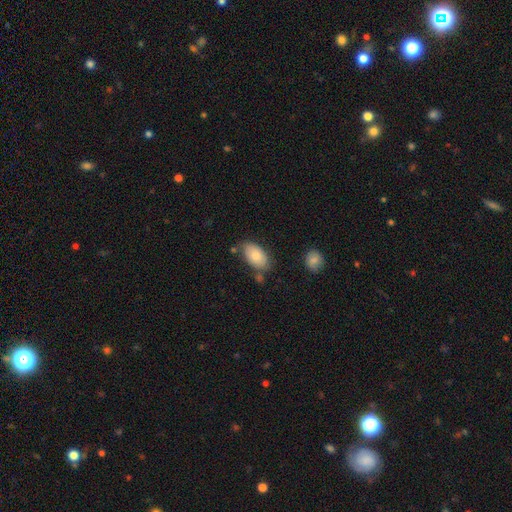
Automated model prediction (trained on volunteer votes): A smooth galaxy with no disk features (79%) that is in between round and cigar-shaped (93%).

Vote fractions:
- Smooth or featured? smooth: 79% / featured or disk: 14% / star or artifact: 6%
- How rounded? in between: 93% / round: 6% / cigar-shaped: 2%
- Merging? none: 66% / minor disturbance: 21% / merger: 9% / major disturbance: 5%